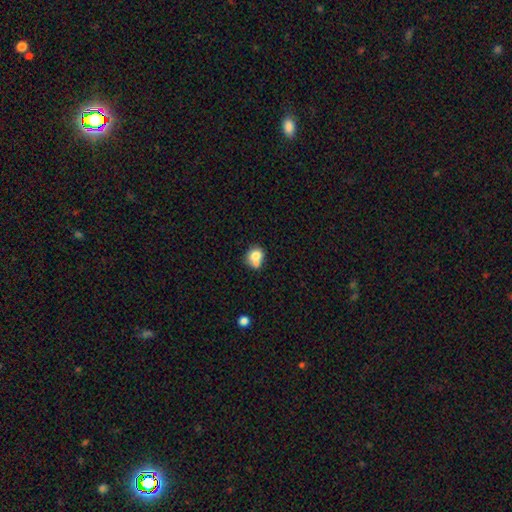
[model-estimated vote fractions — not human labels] A smooth galaxy with no disk features (75%) that is round (66%). Merging: none (37%).